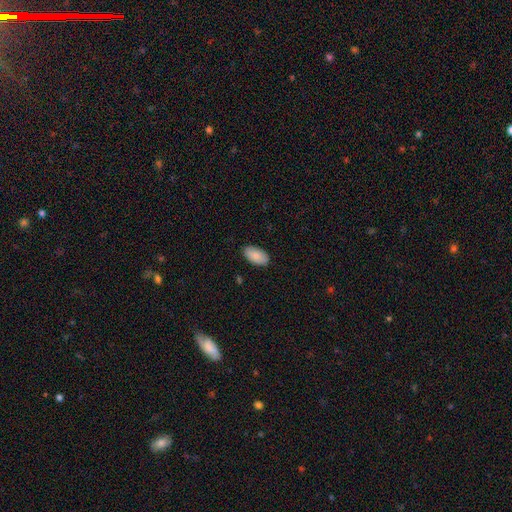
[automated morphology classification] Q: Smooth or featured?
A: smooth (88%); runner-up: star or artifact (6%)
Q: How rounded?
A: in between (96%); runner-up: round (2%)
Q: Merging?
A: none (87%); runner-up: minor disturbance (10%)